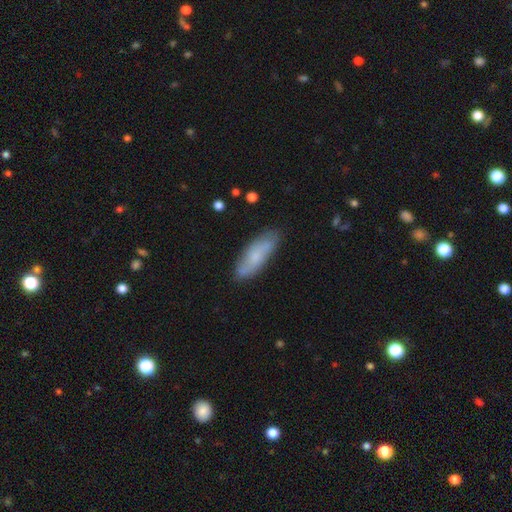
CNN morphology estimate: type=smooth (58%); roundness=in between (57%); merging=none (81%).